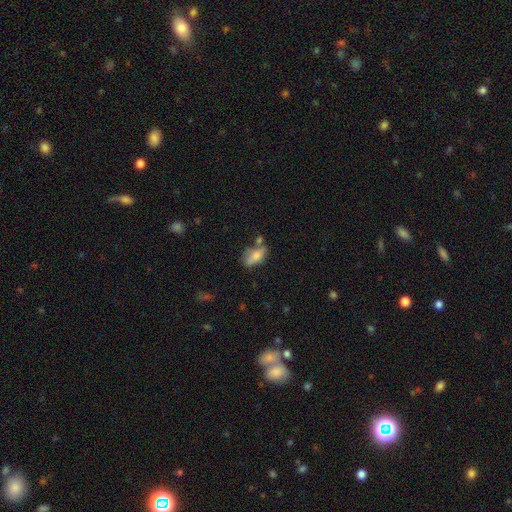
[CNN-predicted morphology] This is likely a smooth galaxy (70%). How rounded: clearly in between (81%). Merging: possibly none (49%).